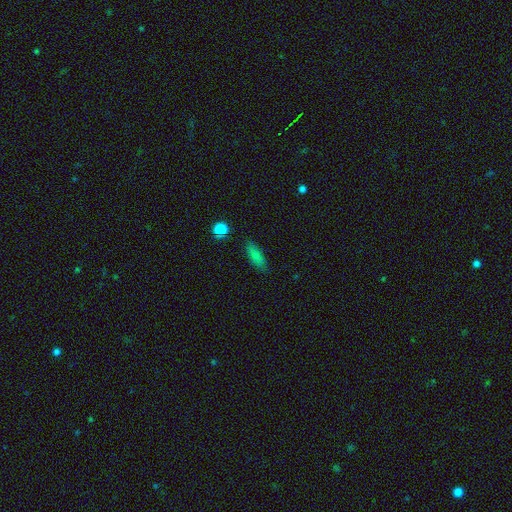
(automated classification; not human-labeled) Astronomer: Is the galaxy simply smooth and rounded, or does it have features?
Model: smooth — 79%.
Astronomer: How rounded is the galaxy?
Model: in between — 62%.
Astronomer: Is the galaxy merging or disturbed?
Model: none — 84%.